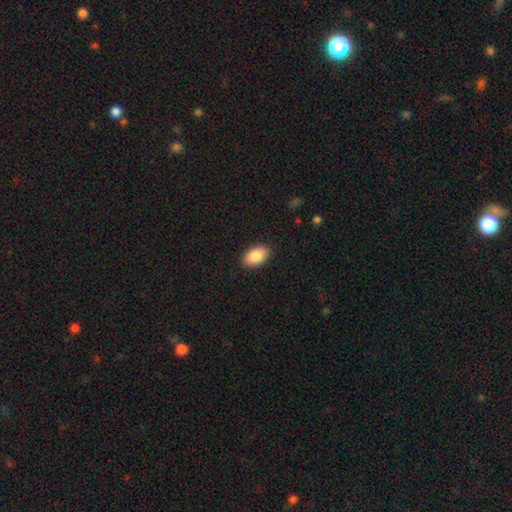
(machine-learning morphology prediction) A smooth galaxy with no disk features (88%) that is in between round and cigar-shaped (94%). Merging: none (90%).